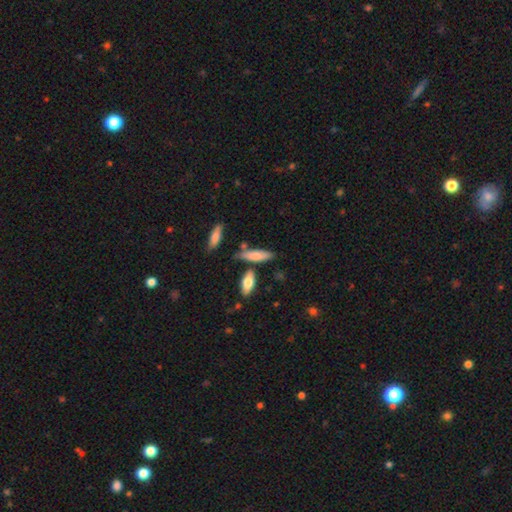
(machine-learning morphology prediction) Smooth or featured? Predicted: smooth (p=0.76). How rounded? Predicted: cigar-shaped (p=0.55). Merging? Predicted: none (p=0.66).